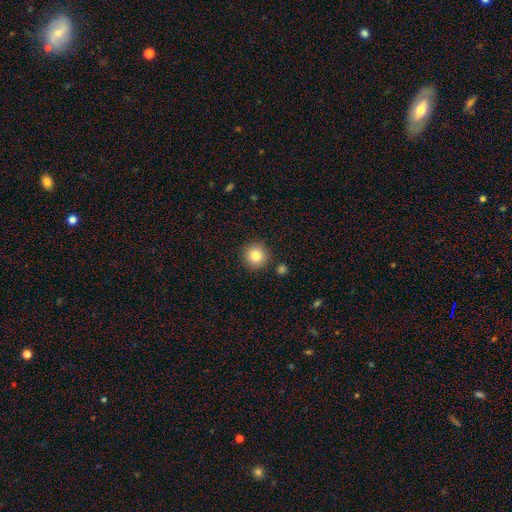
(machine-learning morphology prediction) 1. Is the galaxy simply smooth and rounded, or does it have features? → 83% smooth, 10% star or artifact, 7% featured or disk.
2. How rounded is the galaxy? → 95% round, 4% in between, 1% cigar-shaped.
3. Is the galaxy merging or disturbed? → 89% none, 6% minor disturbance, 3% merger, 2% major disturbance.